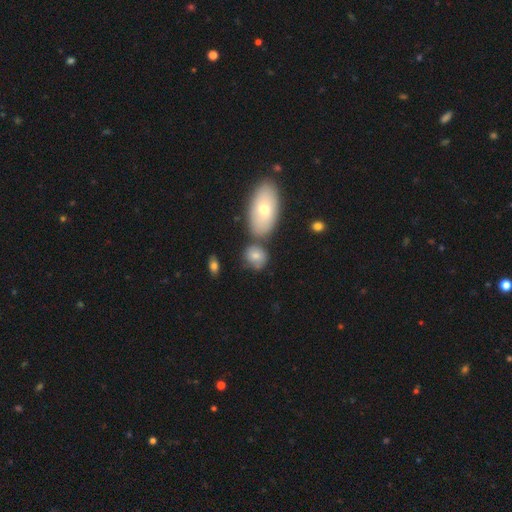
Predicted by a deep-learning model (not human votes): Overall: smooth (74%). How rounded: round (59%; in between 40%). Merging: none (54%; merger 22%).